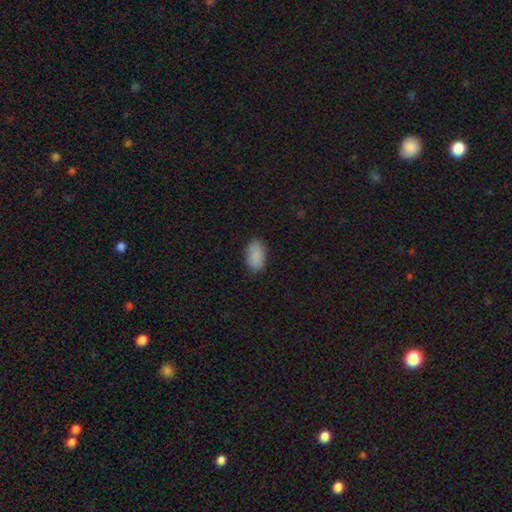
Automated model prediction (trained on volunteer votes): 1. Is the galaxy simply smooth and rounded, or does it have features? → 89% smooth, 7% star or artifact, 4% featured or disk.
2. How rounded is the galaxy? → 94% in between, 4% round, 2% cigar-shaped.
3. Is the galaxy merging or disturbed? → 85% none, 11% minor disturbance, 3% major disturbance, 1% merger.